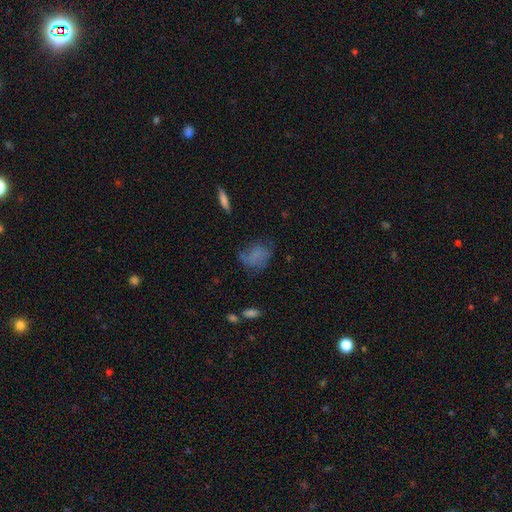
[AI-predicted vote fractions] smooth-or-featured: smooth: 63% | featured or disk: 24% | star or artifact: 13%
  how-rounded: in between: 61% | round: 36% | cigar-shaped: 2%
  merging: none: 49% | minor disturbance: 27% | major disturbance: 20% | merger: 3%